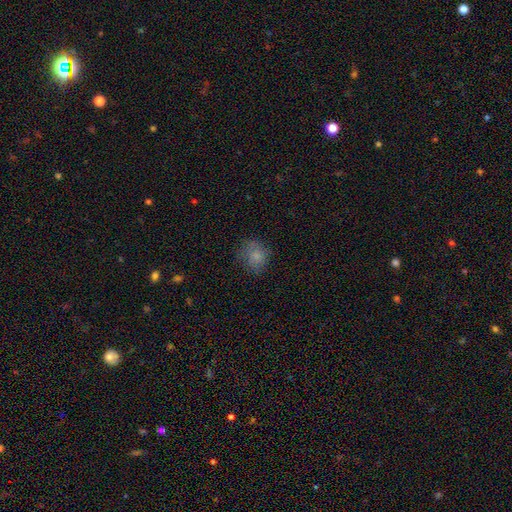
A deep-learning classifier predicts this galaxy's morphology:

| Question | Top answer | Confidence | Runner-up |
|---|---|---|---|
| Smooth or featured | smooth | 79% | star or artifact (11%) |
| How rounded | round | 76% | in between (23%) |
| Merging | none | 71% | minor disturbance (20%) |